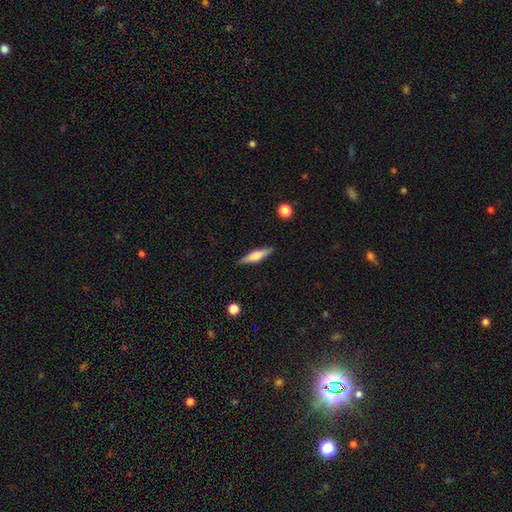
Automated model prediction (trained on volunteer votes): Smooth or featured? featured or disk (48%)
Merging? none (89%)